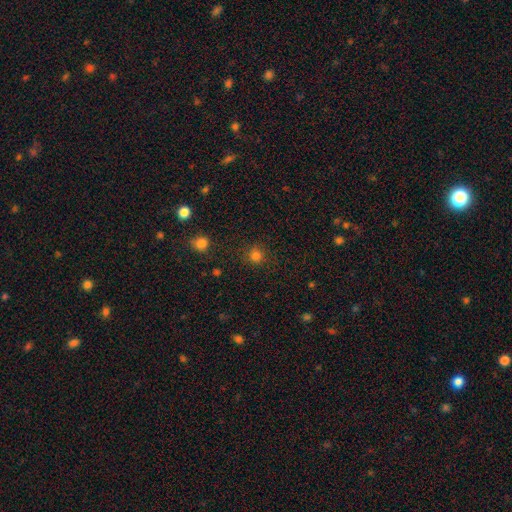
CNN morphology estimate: smooth-or-featured: smooth: 79% | star or artifact: 17% | featured or disk: 4%
  how-rounded: round: 91% | in between: 8% | cigar-shaped: 1%
  merging: none: 85% | minor disturbance: 9% | major disturbance: 4% | merger: 3%